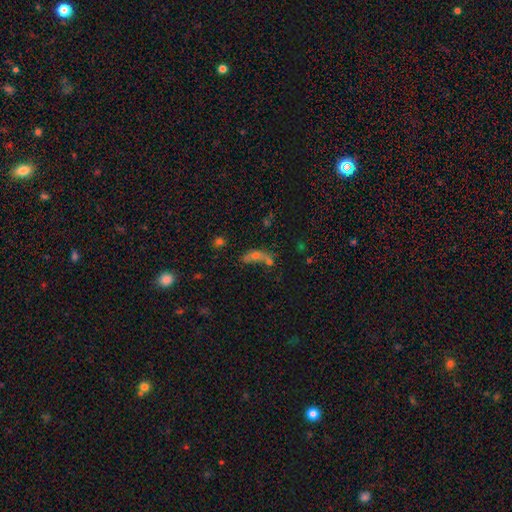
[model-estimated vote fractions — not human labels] A smooth galaxy with no disk features (48%).

Vote fractions:
- Smooth or featured? smooth: 48% / featured or disk: 28% / star or artifact: 23%
- Merging? merger: 39% / none: 26% / major disturbance: 22% / minor disturbance: 13%